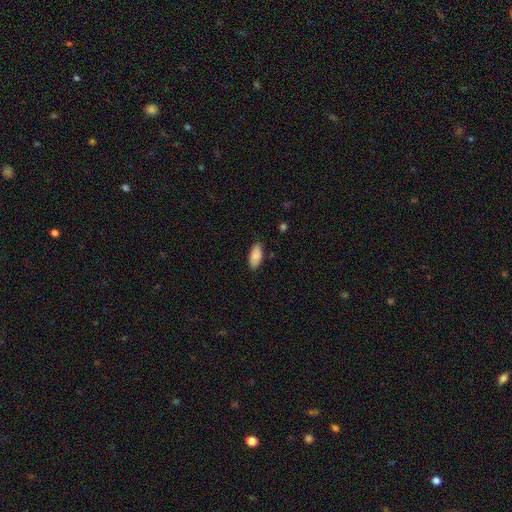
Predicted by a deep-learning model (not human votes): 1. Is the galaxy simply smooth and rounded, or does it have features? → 87% smooth, 6% star or artifact, 6% featured or disk.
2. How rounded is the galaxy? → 91% in between, 7% cigar-shaped, 2% round.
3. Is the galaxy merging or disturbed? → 81% none, 15% minor disturbance, 3% major disturbance, 1% merger.